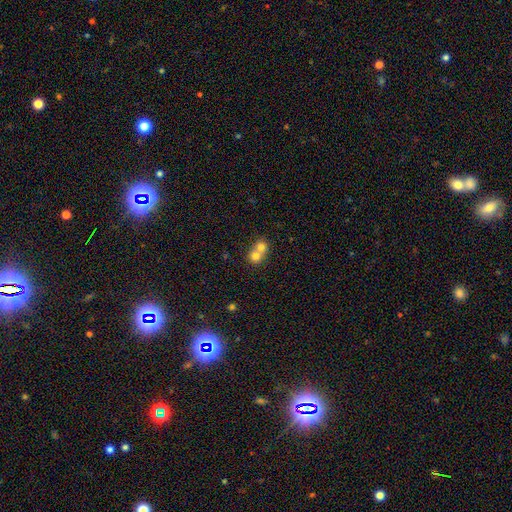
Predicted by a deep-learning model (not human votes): This is likely a smooth galaxy (73%). How rounded: clearly round (80%). Merging: likely merger (71%).